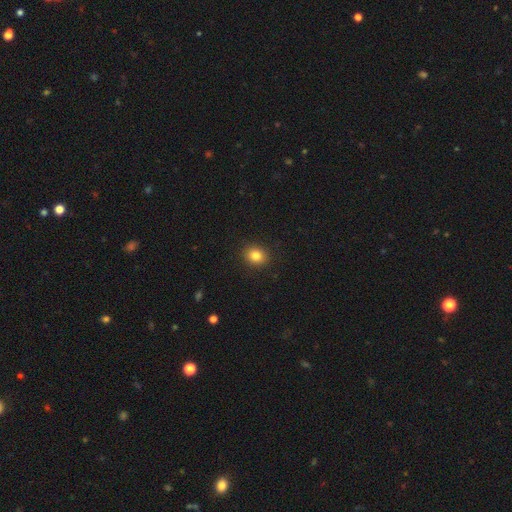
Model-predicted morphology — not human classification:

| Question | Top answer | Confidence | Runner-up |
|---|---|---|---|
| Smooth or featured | smooth | 82% | star or artifact (11%) |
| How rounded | round | 70% | in between (29%) |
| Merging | none | 91% | minor disturbance (6%) |